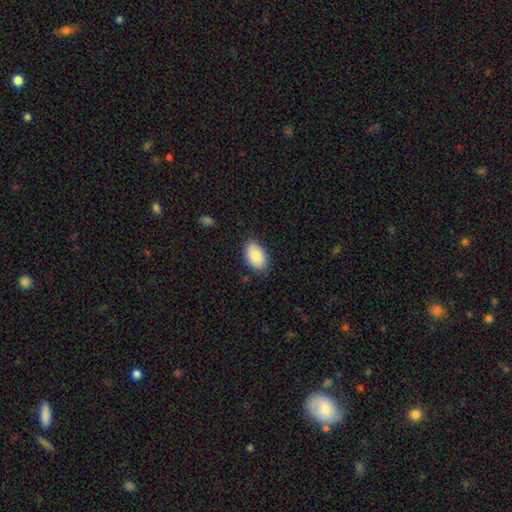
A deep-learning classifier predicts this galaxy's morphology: smooth 82%, featured or disk 11%, star or artifact 6%. Down the decision tree: how rounded — in between (91%); merging — none (81%).